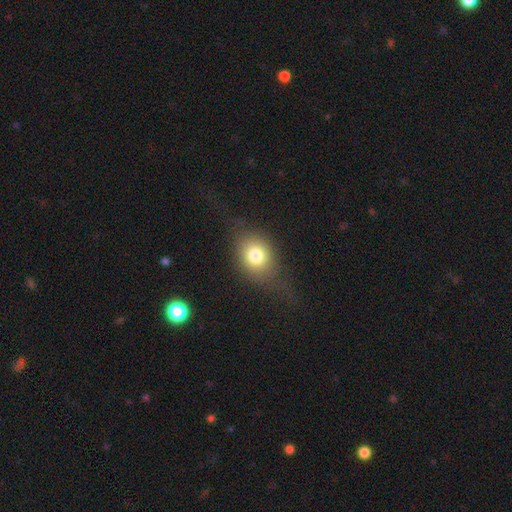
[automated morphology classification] This is likely a smooth galaxy (75%). How rounded: possibly in between (51%). Merging: possibly none (58%).